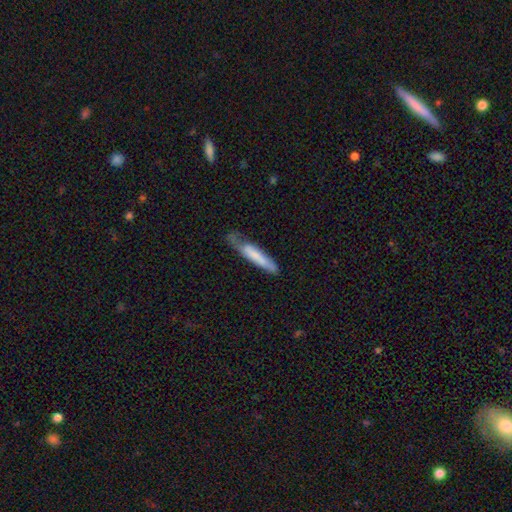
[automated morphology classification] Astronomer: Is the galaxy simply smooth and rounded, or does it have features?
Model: smooth — 64%.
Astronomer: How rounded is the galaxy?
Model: cigar-shaped — 87%.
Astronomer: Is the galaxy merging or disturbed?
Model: none — 50% (runner-up: minor disturbance, 32%).